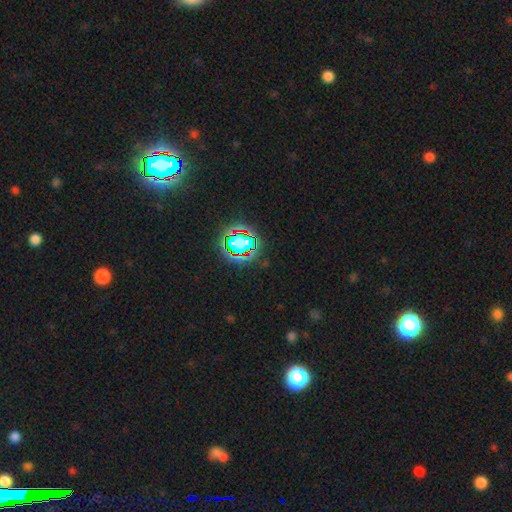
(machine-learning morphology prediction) type=star or artifact (78%).